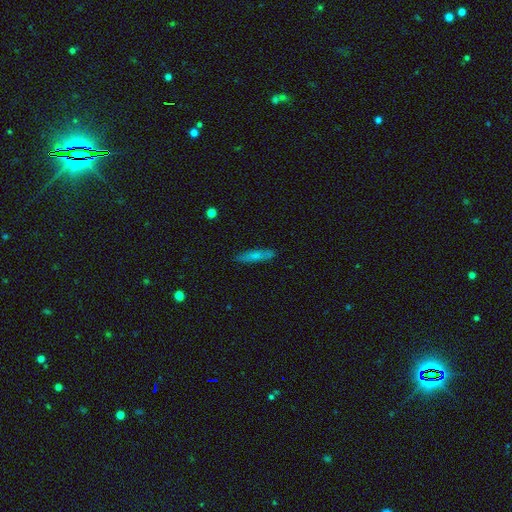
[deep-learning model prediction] The model was most divided on "smooth or featured": smooth: 67%, featured or disk: 26%, star or artifact: 7%. More confident: merging — none (87%); how rounded — cigar-shaped (86%).